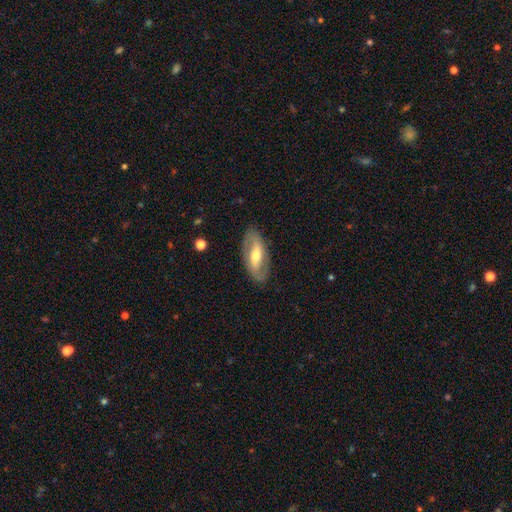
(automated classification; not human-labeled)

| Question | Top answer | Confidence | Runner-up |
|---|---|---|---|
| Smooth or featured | featured or disk | 72% | smooth (23%) |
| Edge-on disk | no | 89% | yes (11%) |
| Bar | strong | 42% | weak (35%) |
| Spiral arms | yes | 75% | no (25%) |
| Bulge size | moderate | 64% | small (29%) |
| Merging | none | 84% | minor disturbance (11%) |